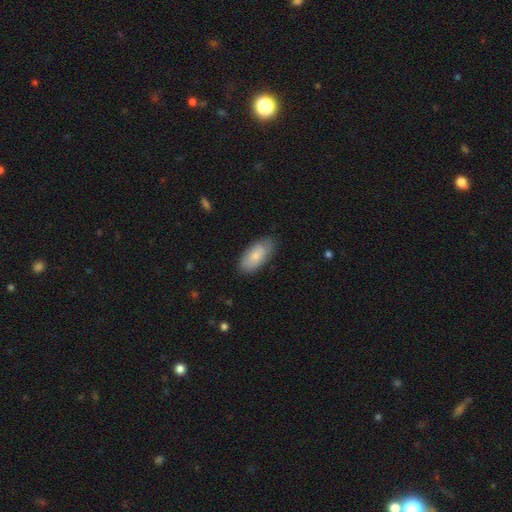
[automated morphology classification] A smooth galaxy with no disk features (78%) that is in between round and cigar-shaped (92%). Merging: none (79%).